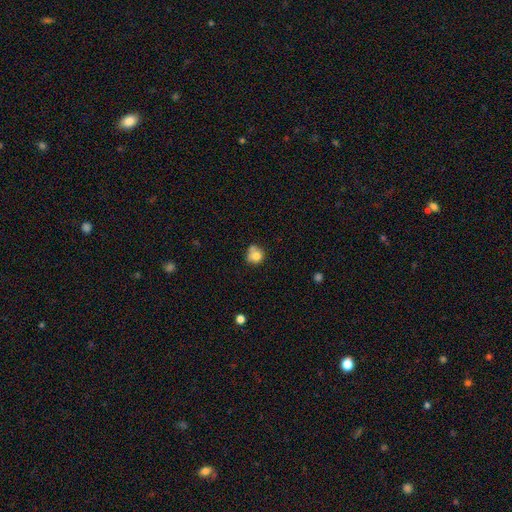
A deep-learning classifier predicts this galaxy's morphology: smooth 77%, featured or disk 13%, star or artifact 10%. Down the decision tree: how rounded — round (76%); merging — none (42%).